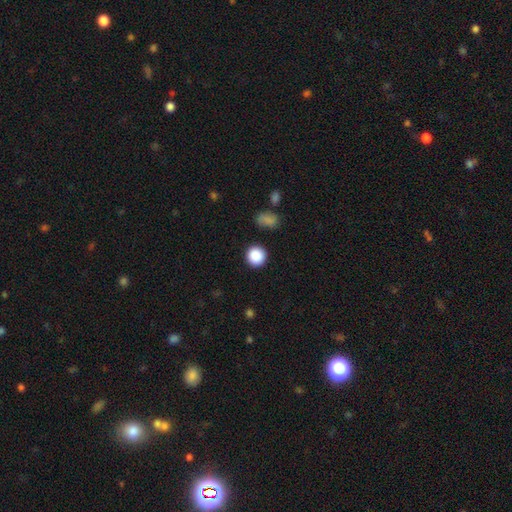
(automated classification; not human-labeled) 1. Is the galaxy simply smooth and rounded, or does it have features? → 88% smooth, 9% star or artifact, 3% featured or disk.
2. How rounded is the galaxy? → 93% round, 6% in between, 1% cigar-shaped.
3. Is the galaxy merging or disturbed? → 89% none, 6% minor disturbance, 2% major disturbance, 2% merger.